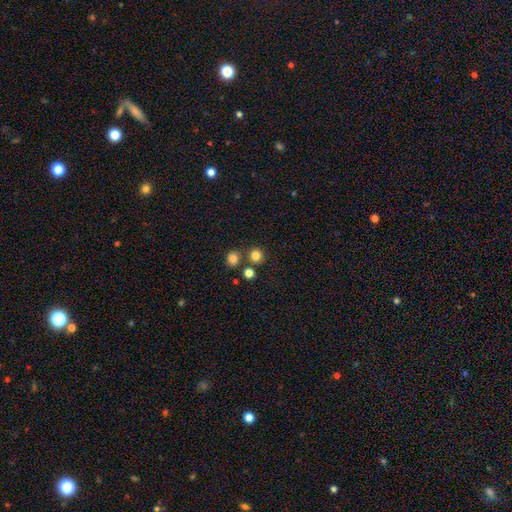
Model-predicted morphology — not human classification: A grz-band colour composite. It shows a smooth galaxy with no disk features (80%) that is round (91%). Merging: none (73%).